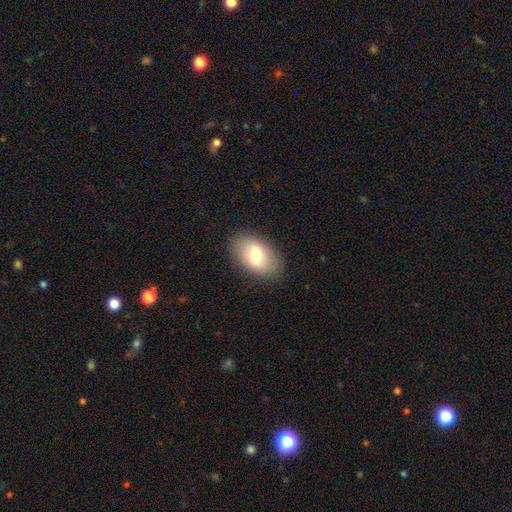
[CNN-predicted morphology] The model was most divided on "smooth or featured": smooth: 64%, featured or disk: 28%, star or artifact: 8%. More confident: how rounded — in between (88%); merging — none (85%).